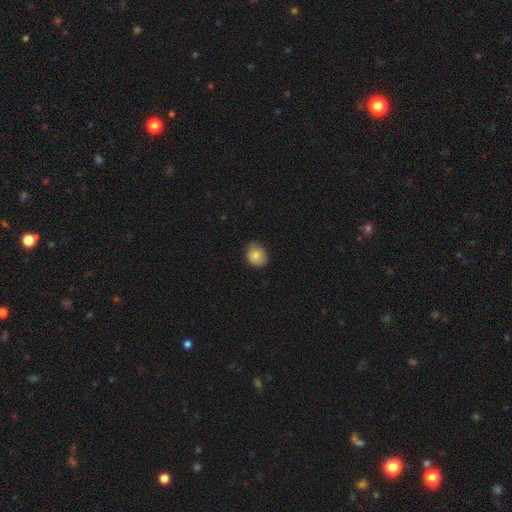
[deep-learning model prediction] Smooth or featured? smooth (83%)
How rounded? round (63%)
Merging? none (75%)